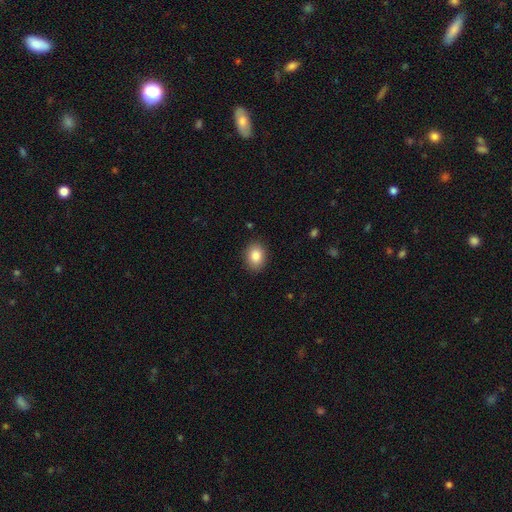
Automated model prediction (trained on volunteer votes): Smooth or featured: smooth — 86% (star or artifact — 8%)
How rounded: in between — 64% (round — 35%)
Merging: none — 88% (minor disturbance — 8%)